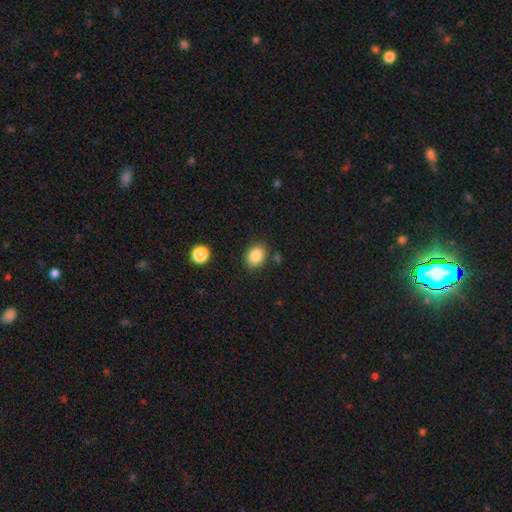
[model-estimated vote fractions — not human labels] smooth-or-featured: smooth: 86% | star or artifact: 9% | featured or disk: 5%
  how-rounded: in between: 57% | round: 42% | cigar-shaped: 1%
  merging: none: 84% | minor disturbance: 10% | merger: 3% | major disturbance: 3%